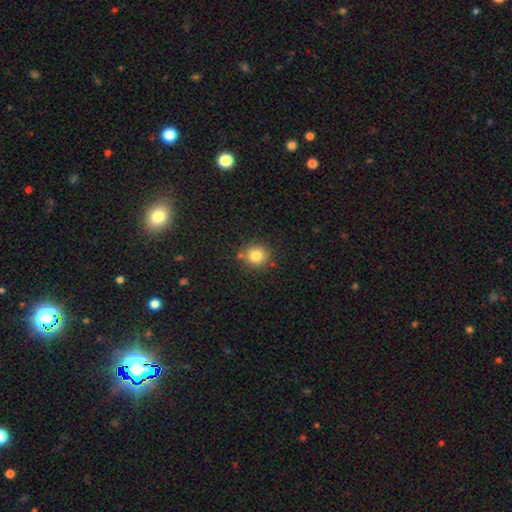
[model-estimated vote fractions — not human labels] Smooth or featured: smooth — 82% (star or artifact — 11%)
How rounded: round — 88% (in between — 11%)
Merging: none — 81% (minor disturbance — 10%)